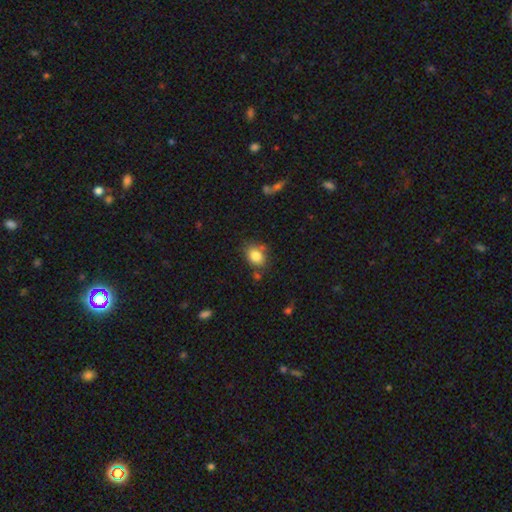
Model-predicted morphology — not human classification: smooth 83%, star or artifact 10%, featured or disk 7%. Down the decision tree: how rounded — in between (55%); merging — none (70%).